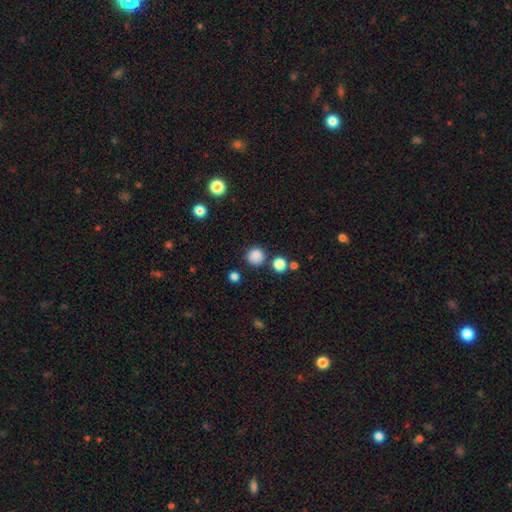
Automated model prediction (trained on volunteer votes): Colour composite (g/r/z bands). It shows a smooth galaxy with no disk features (83%) that is round (91%). Merging: none (79%).